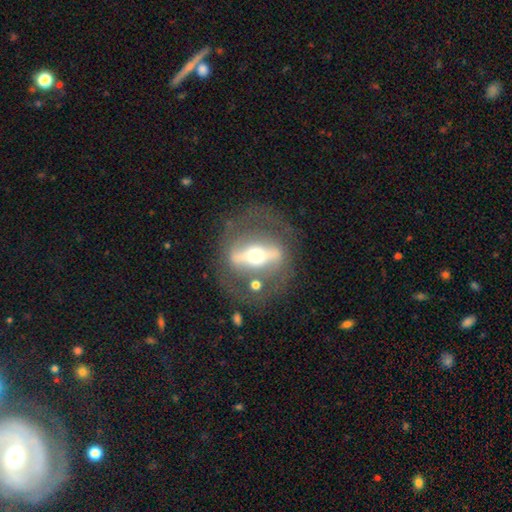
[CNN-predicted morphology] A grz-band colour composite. It shows a featured or disk galaxy (80%) with a strong bar (82%), no spiral arms (69%) and a moderate central bulge (65%). Merging: none (69%).